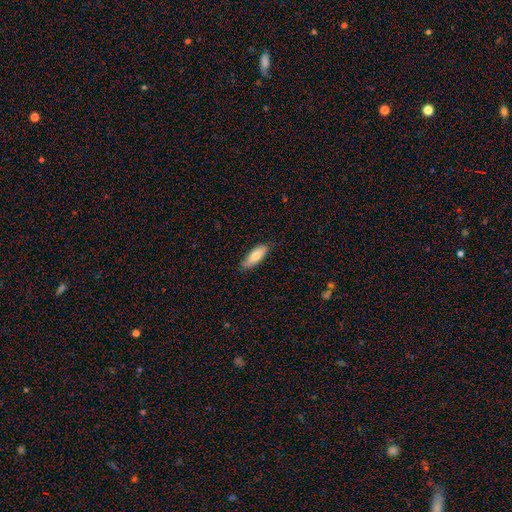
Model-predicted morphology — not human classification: Overall: smooth (77%). How rounded: in between (66%; cigar-shaped 32%). Merging: none (78%).